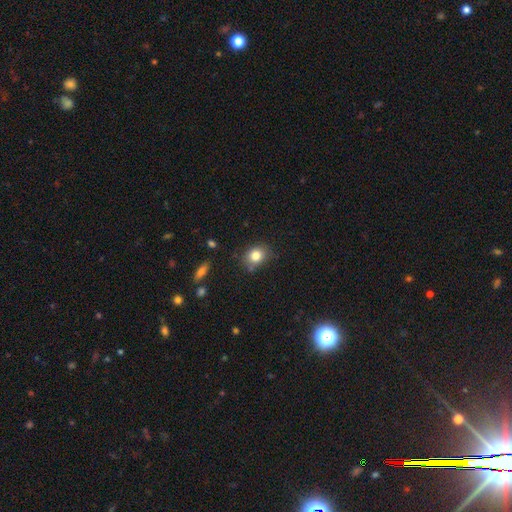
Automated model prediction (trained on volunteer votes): Smooth or featured?
  - smooth: 81% *
  - star or artifact: 10%
  - featured or disk: 8%
How rounded?
  - round: 56% *
  - in between: 43%
  - cigar-shaped: 1%
Merging?
  - none: 75% *
  - minor disturbance: 17%
  - merger: 4%
  - major disturbance: 4%